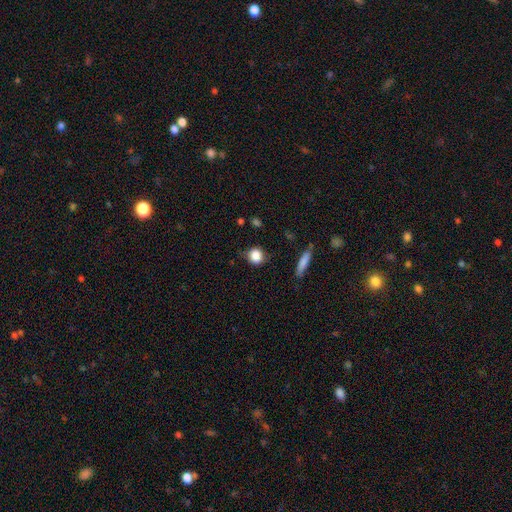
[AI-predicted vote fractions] This is clearly a smooth galaxy (84%). How rounded: clearly round (82%). Merging: likely none (73%).